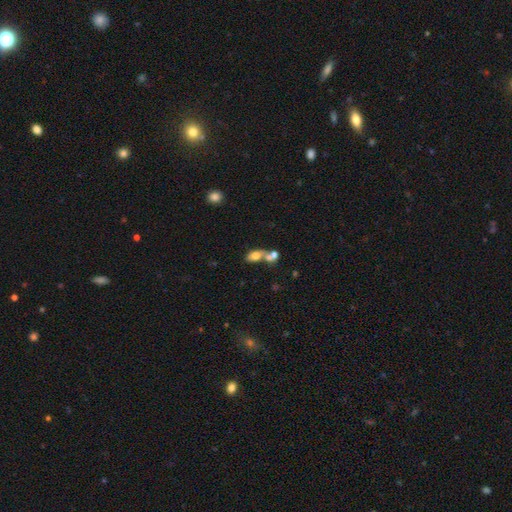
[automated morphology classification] This is likely a smooth galaxy (69%). How rounded: likely in between (79%). Merging: possibly merger (58%).